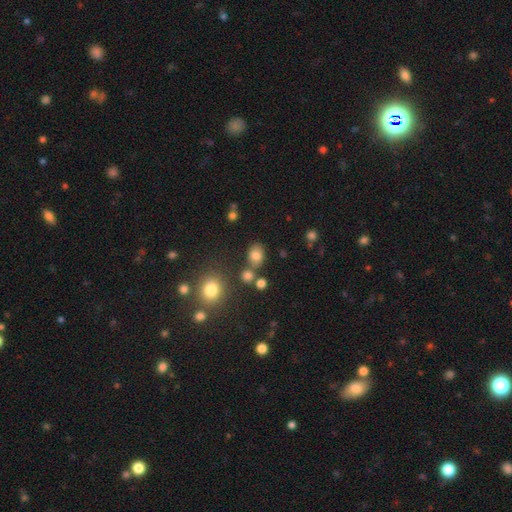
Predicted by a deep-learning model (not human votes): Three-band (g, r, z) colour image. It shows a smooth galaxy with no disk features (78%) that is in between round and cigar-shaped (59%). Merging: none (70%).